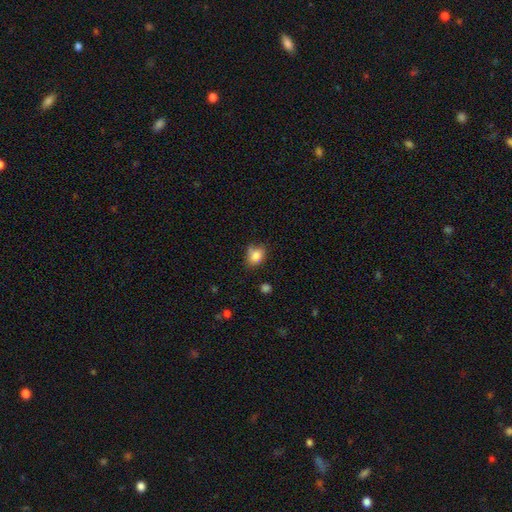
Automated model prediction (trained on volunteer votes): Smooth or featured? smooth (83%)
How rounded? in between (62%)
Merging? none (60%)